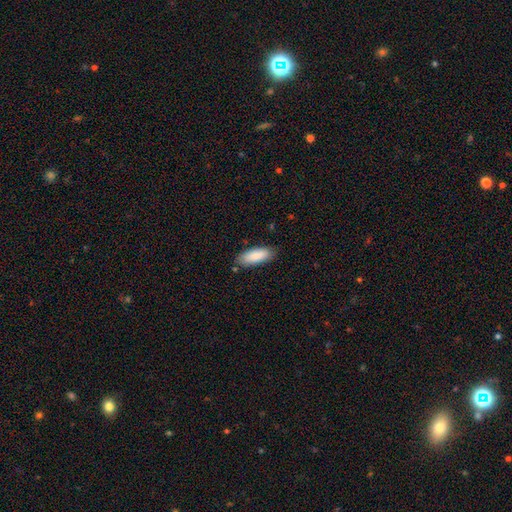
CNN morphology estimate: Overall: smooth (88%). How rounded: in between (73%). Merging: none (83%).